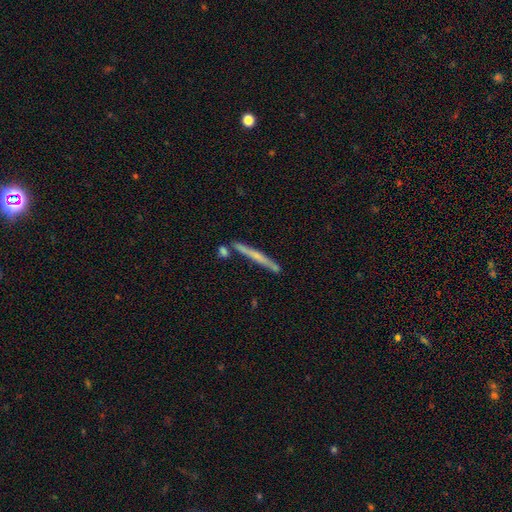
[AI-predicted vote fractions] A featured or disk galaxy (55%) viewed edge-on (96%) with no central bulge (58%). Merging: none (82%).